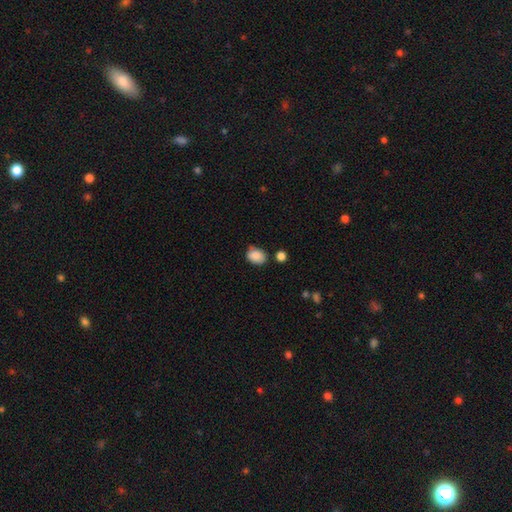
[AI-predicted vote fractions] Smooth or featured?
  - smooth: 88% *
  - star or artifact: 8%
  - featured or disk: 4%
How rounded?
  - in between: 69% *
  - round: 30%
  - cigar-shaped: 1%
Merging?
  - none: 67% *
  - minor disturbance: 22%
  - merger: 6%
  - major disturbance: 5%